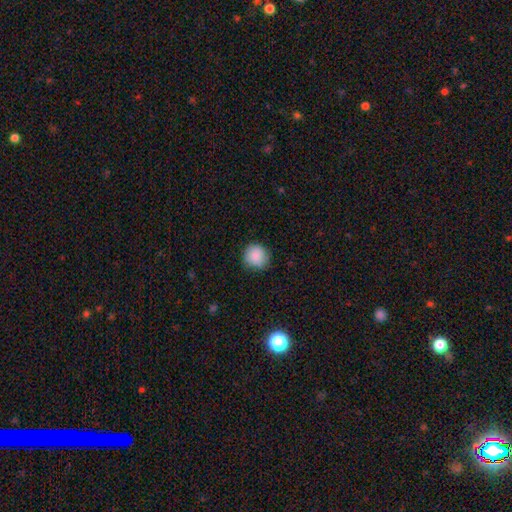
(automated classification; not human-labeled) This is clearly a smooth galaxy (88%). How rounded: clearly round (91%). Merging: clearly none (83%).